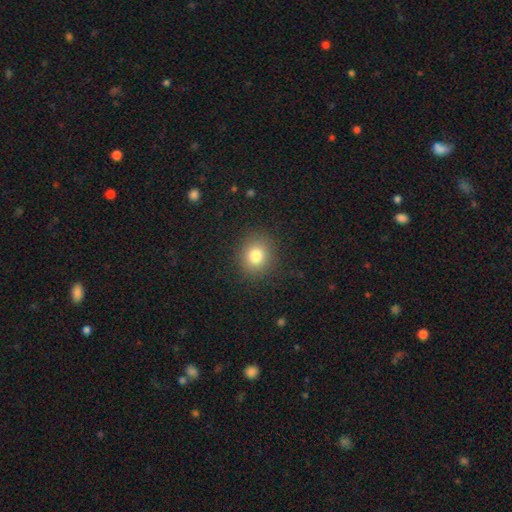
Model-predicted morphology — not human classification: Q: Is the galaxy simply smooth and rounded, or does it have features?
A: smooth — 81%.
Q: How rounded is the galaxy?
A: round — 80%.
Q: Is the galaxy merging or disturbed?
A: none — 88%.